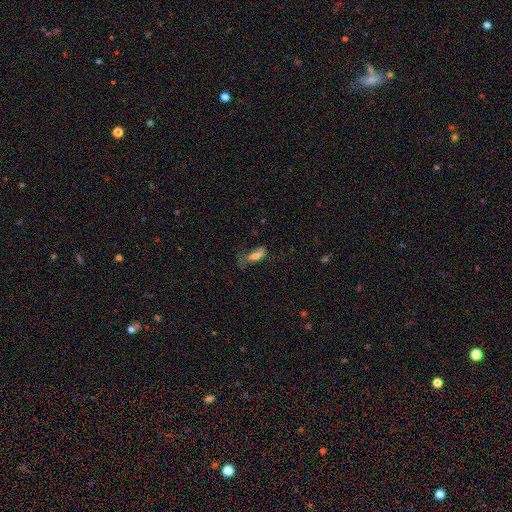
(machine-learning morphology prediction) Q: Smooth or featured?
A: smooth (68%); runner-up: featured or disk (21%)
Q: How rounded?
A: in between (69%); runner-up: cigar-shaped (28%)
Q: Merging?
A: major disturbance (41%); runner-up: none (28%)